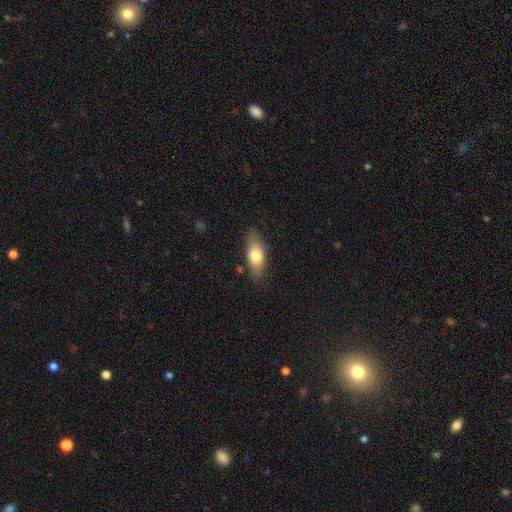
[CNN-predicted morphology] This is likely a smooth galaxy (72%). How rounded: likely in between (77%). Merging: likely none (78%).